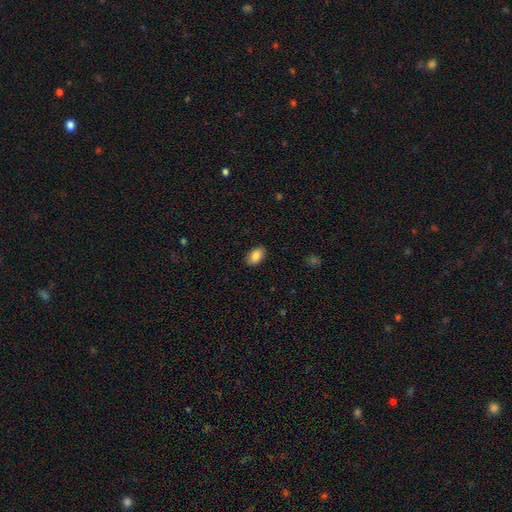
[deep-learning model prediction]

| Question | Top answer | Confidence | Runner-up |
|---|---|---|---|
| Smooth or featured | smooth | 85% | featured or disk (8%) |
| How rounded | in between | 92% | round (7%) |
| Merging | none | 88% | minor disturbance (9%) |